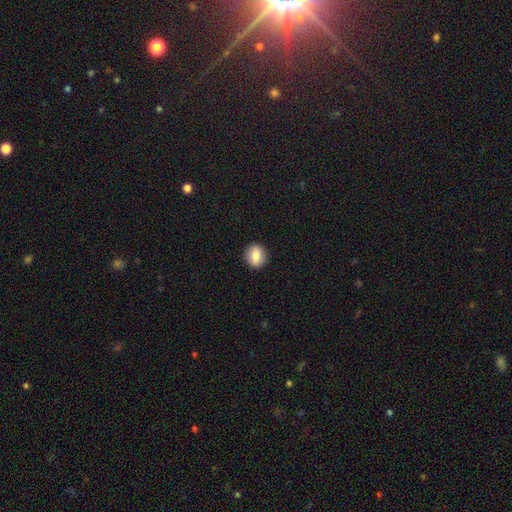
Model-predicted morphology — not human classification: Q: Smooth or featured?
A: smooth (76%); runner-up: featured or disk (15%)
Q: How rounded?
A: round (76%); runner-up: in between (23%)
Q: Merging?
A: none (90%); runner-up: minor disturbance (7%)